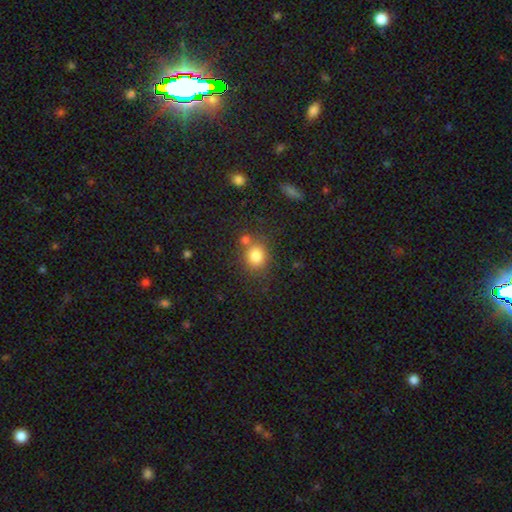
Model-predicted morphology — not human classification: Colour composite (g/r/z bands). It shows a smooth galaxy with no disk features (82%) that is round (70%). Merging: none (69%).